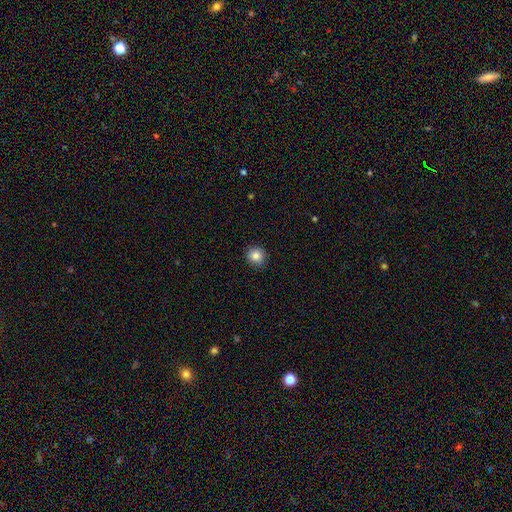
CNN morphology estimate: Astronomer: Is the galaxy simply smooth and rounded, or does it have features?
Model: smooth — 85%.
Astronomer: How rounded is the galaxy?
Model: round — 89%.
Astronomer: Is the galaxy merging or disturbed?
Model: none — 90%.